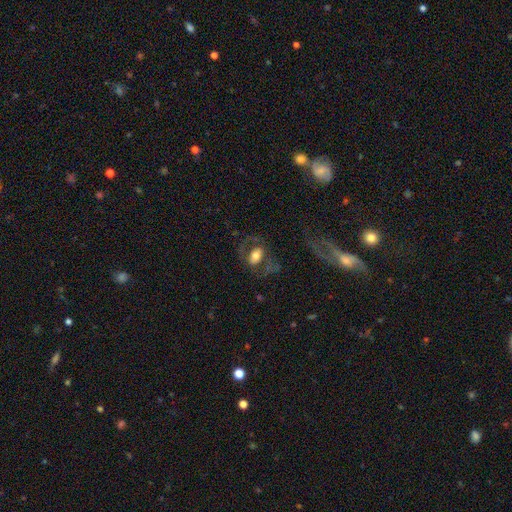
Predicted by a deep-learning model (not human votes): A smooth galaxy with no disk features (50%) that is in between round and cigar-shaped (79%). Merging: none (56%).